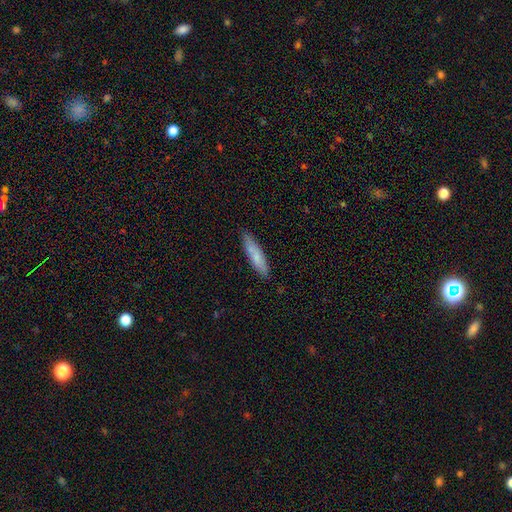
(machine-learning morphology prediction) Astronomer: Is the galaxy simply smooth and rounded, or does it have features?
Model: smooth — 75%.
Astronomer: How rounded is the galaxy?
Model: cigar-shaped — 81%.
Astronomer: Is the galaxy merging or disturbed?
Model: none — 84%.